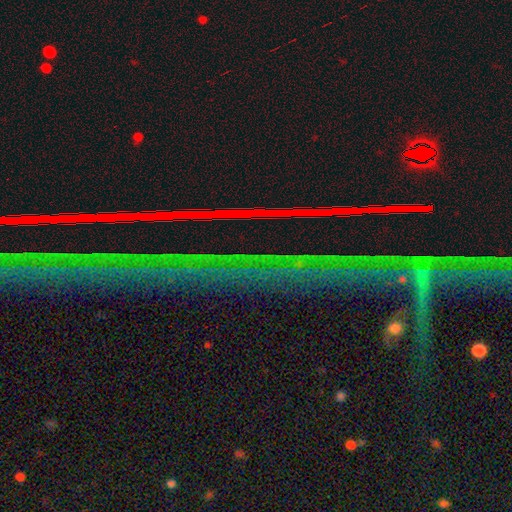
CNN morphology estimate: A star or artifact, not a galaxy (83%).

Vote fractions:
- Smooth or featured? star or artifact: 83% / featured or disk: 10% / smooth: 7%